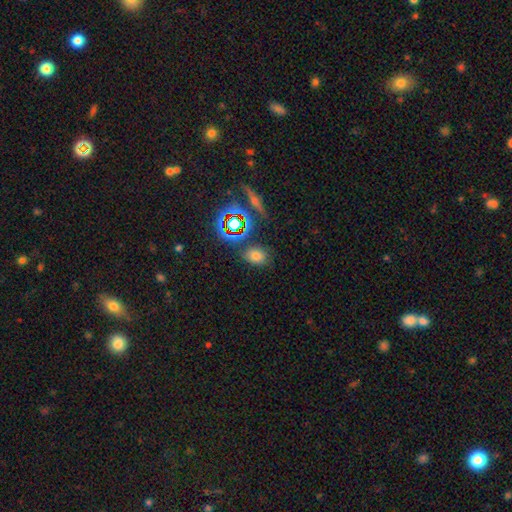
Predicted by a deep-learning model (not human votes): smooth_or_featured: smooth (p=0.65) [alt: star or artifact p=0.25]
how_rounded: in between (p=0.71) [alt: round p=0.27]
merging: none (p=0.77) [alt: minor disturbance p=0.14]